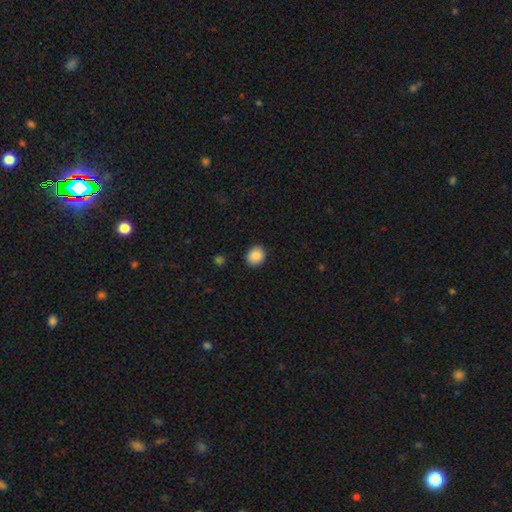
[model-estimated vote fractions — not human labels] This appears to be a smooth galaxy with no disk features (88%) that is round (71%). Merging: none (89%).